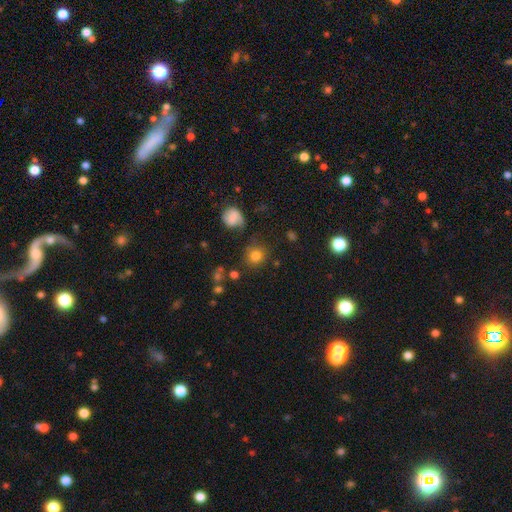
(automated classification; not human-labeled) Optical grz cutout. It shows a smooth galaxy with no disk features (79%) that is round (86%). Merging: none (75%).